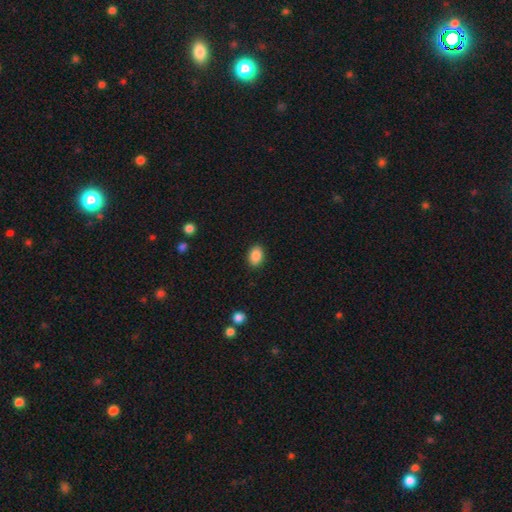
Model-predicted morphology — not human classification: smooth-or-featured: smooth: 89% | star or artifact: 8% | featured or disk: 3%
  how-rounded: in between: 82% | round: 17% | cigar-shaped: 1%
  merging: none: 89% | minor disturbance: 8% | major disturbance: 2% | merger: 1%